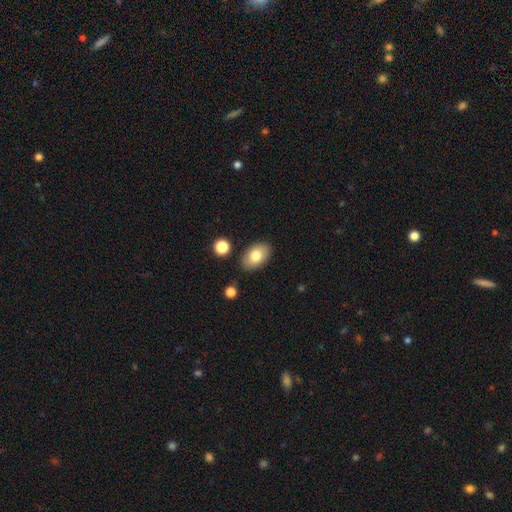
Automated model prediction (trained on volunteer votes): smooth_or_featured: smooth (p=0.80) [alt: featured or disk p=0.13]
how_rounded: in between (p=0.91) [alt: round p=0.08]
merging: none (p=0.84) [alt: minor disturbance p=0.11]